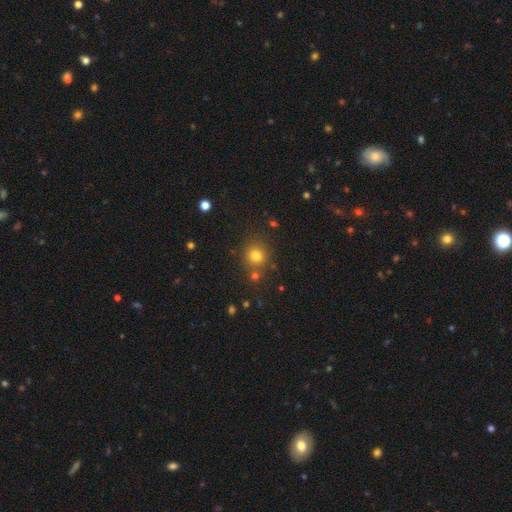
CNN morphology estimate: The model was most divided on "smooth or featured": smooth: 78%, star or artifact: 15%, featured or disk: 7%. More confident: how rounded — round (88%); merging — none (76%).